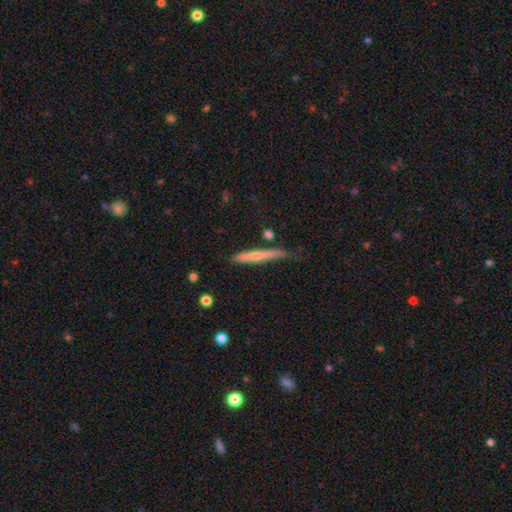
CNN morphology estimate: type=smooth (51%); roundness=cigar-shaped (95%); merging=none (68%).